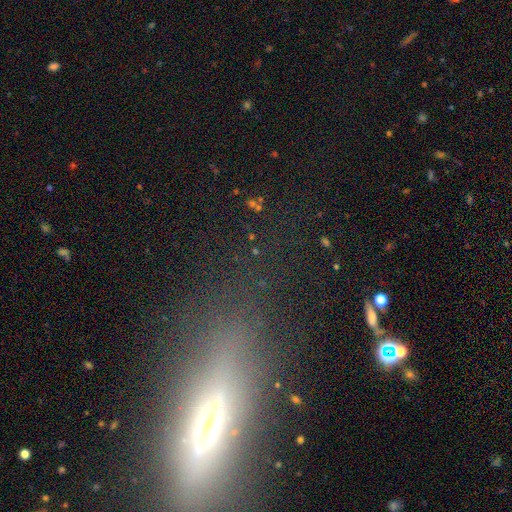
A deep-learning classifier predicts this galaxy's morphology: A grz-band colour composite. It shows a featured or disk galaxy (39%). Merging: none (73%).